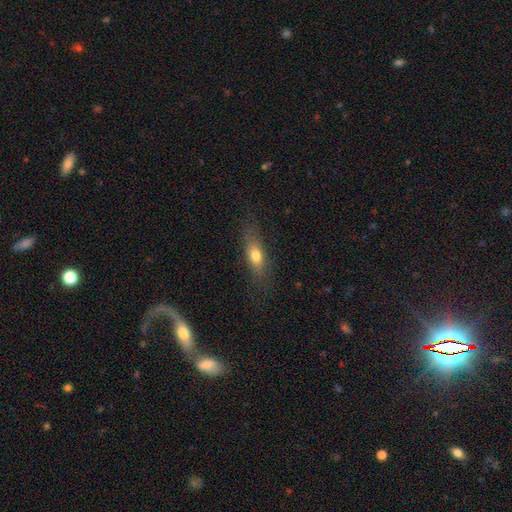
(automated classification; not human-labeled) smooth_or_featured: smooth (p=0.70) [alt: featured or disk p=0.22]
how_rounded: in between (p=0.58) [alt: cigar-shaped p=0.37]
merging: none (p=0.75) [alt: minor disturbance p=0.17]